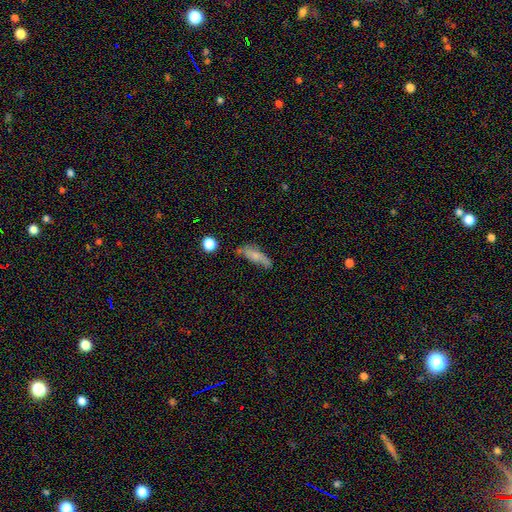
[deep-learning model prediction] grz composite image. It shows a smooth galaxy with no disk features (65%) that is in between round and cigar-shaped (54%). Merging: none (50%).